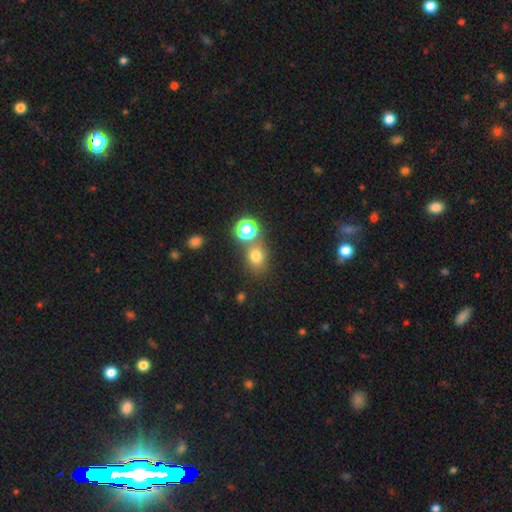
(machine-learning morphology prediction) A smooth galaxy with no disk features (72%) that is round (67%).

Vote fractions:
- Smooth or featured? smooth: 72% / star or artifact: 20% / featured or disk: 8%
- How rounded? round: 67% / in between: 32% / cigar-shaped: 1%
- Merging? none: 66% / merger: 18% / minor disturbance: 11% / major disturbance: 4%